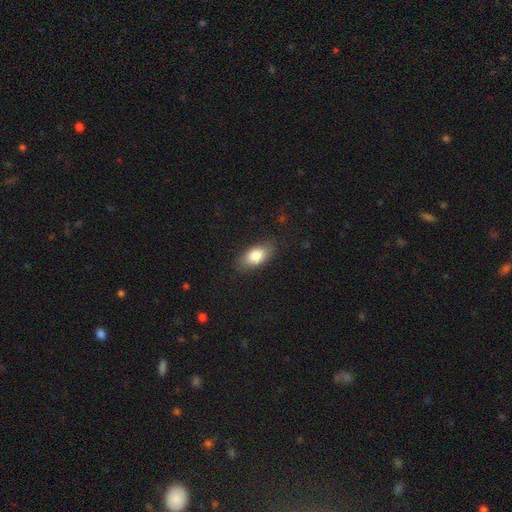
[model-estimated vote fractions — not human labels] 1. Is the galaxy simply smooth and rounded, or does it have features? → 81% smooth, 12% featured or disk, 7% star or artifact.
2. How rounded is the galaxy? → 88% in between, 7% round, 5% cigar-shaped.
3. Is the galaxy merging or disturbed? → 82% none, 14% minor disturbance, 4% major disturbance, 1% merger.